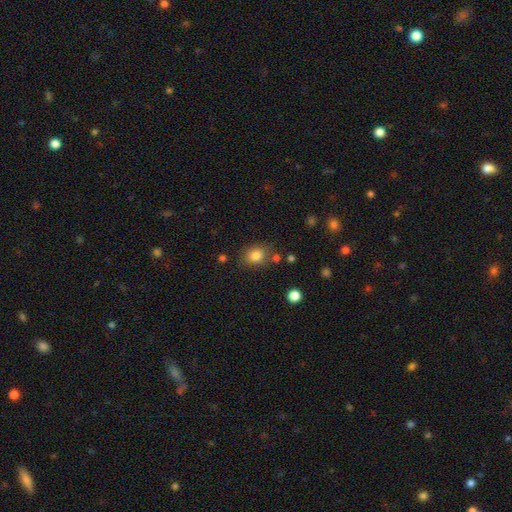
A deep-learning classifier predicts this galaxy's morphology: This appears to be a smooth galaxy with no disk features (83%) that is in between round and cigar-shaped (50%). Merging: none (73%).